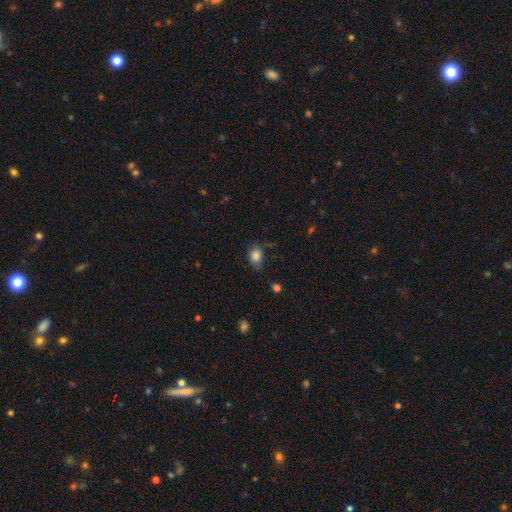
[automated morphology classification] The model was most divided on "how rounded": in between: 57%, round: 42%, cigar-shaped: 1%. More confident: smooth or featured — smooth (84%); merging — none (68%).